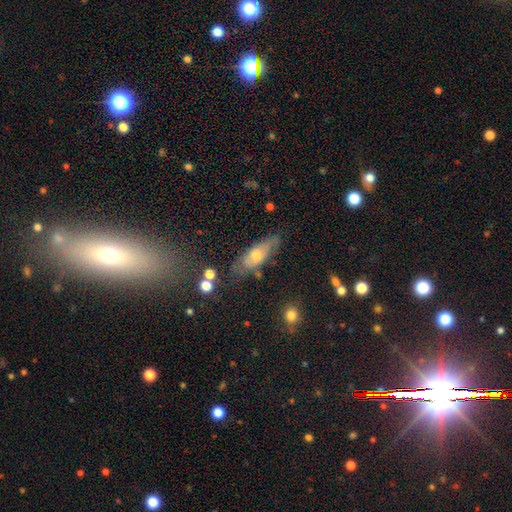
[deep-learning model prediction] Morphology: type=featured or disk (49%); merging=none (71%).